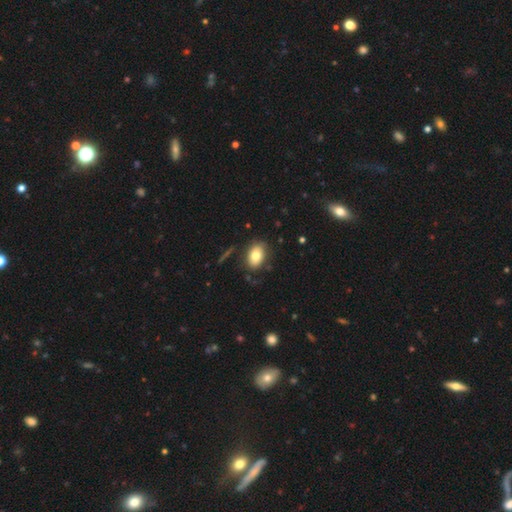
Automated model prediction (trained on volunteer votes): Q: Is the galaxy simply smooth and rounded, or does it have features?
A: smooth — 78%.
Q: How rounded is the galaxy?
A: in between — 82%.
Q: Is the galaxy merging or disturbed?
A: none — 80%.